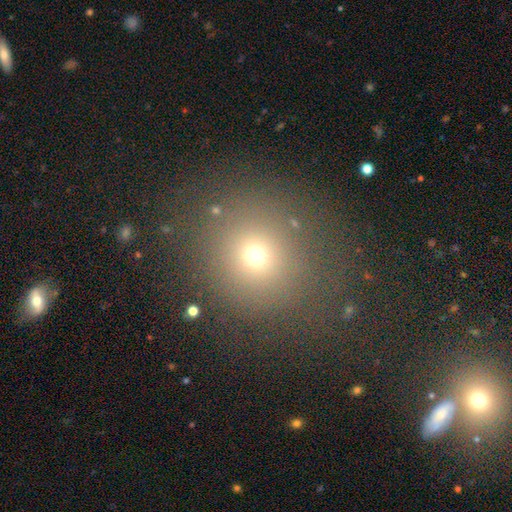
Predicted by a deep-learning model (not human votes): Morphology: type=smooth (66%); roundness=round (88%); merging=none (80%).